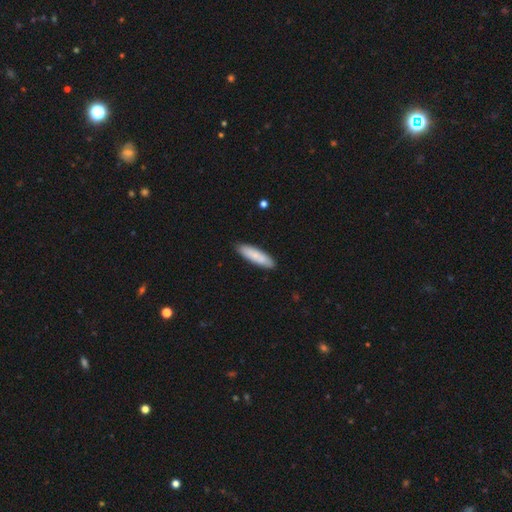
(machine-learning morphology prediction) smooth 81%, featured or disk 14%, star or artifact 5%. Down the decision tree: how rounded — cigar-shaped (63%); merging — none (88%).